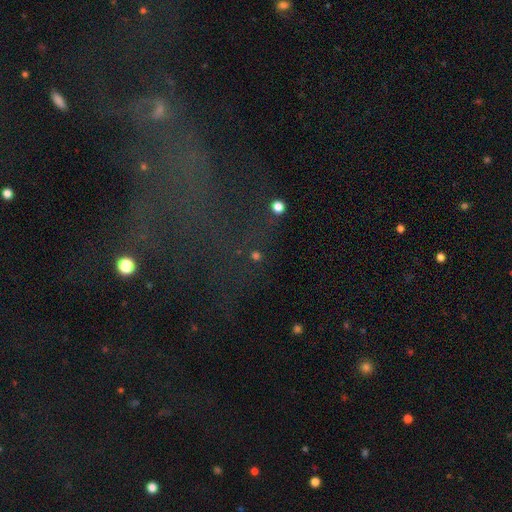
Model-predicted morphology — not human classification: The model was most divided on "smooth or featured": star or artifact: 59%, smooth: 32%, featured or disk: 10%.